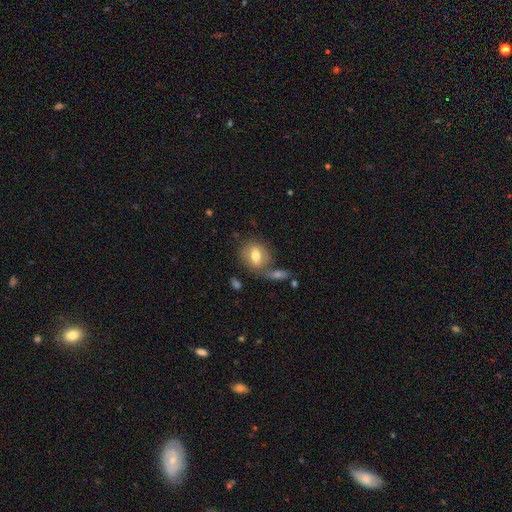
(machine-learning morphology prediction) A smooth galaxy with no disk features (68%) that is round (52%).

Vote fractions:
- Smooth or featured? smooth: 68% / featured or disk: 24% / star or artifact: 8%
- How rounded? round: 52% / in between: 46% / cigar-shaped: 2%
- Merging? none: 58% / merger: 21% / minor disturbance: 15% / major disturbance: 6%